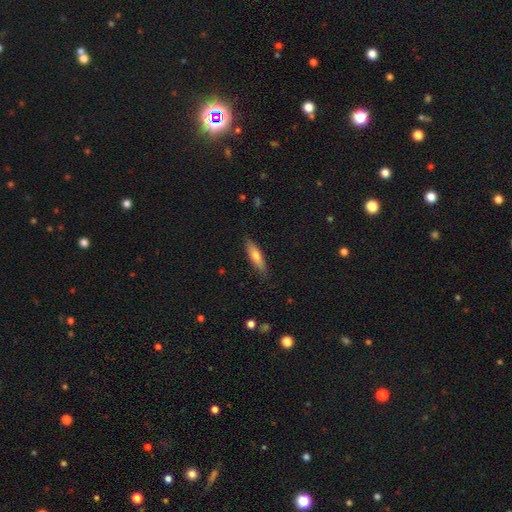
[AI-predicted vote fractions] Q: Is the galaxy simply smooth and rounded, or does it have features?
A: smooth — 69%.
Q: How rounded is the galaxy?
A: cigar-shaped — 68%.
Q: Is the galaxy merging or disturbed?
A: none — 85%.